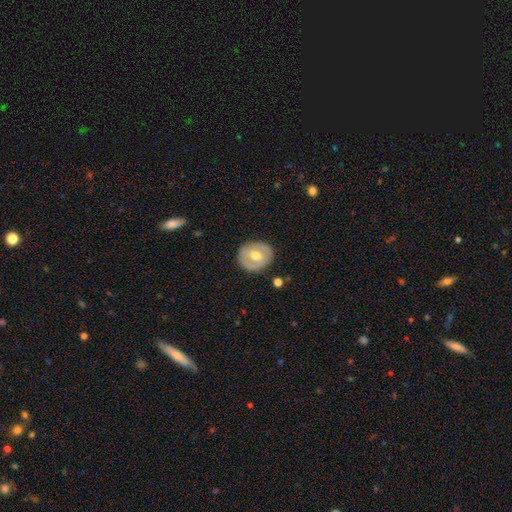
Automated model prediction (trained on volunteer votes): Smooth or featured? smooth (49%)
Merging? none (85%)